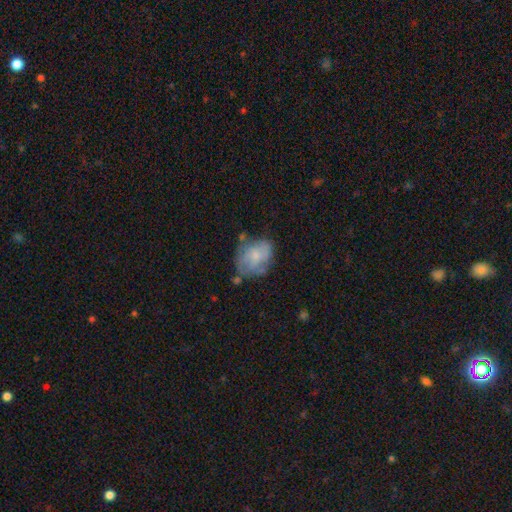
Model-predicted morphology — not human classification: A smooth galaxy with no disk features (51%) that is in between round and cigar-shaped (62%). Merging: none (48%).